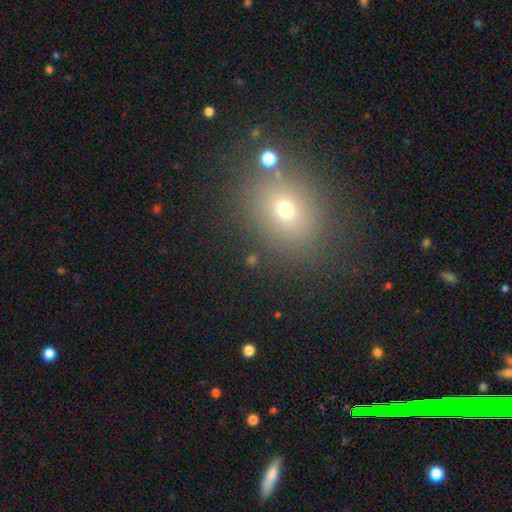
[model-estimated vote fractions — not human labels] This is possibly a smooth galaxy (60%). How rounded: possibly round (58%). Merging: clearly none (80%).